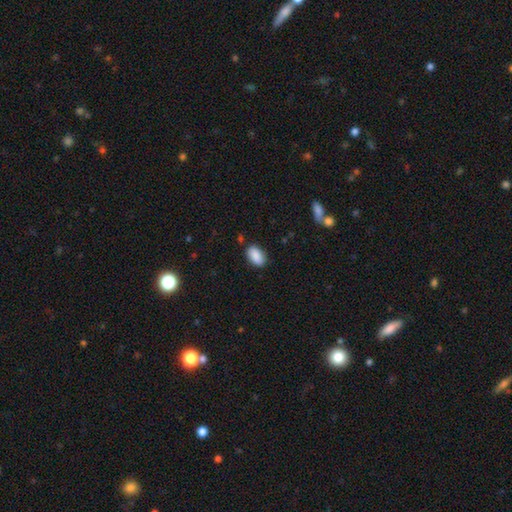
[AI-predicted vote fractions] Smooth or featured: smooth — 89% (star or artifact — 7%)
How rounded: in between — 93% (round — 5%)
Merging: none — 83% (minor disturbance — 12%)